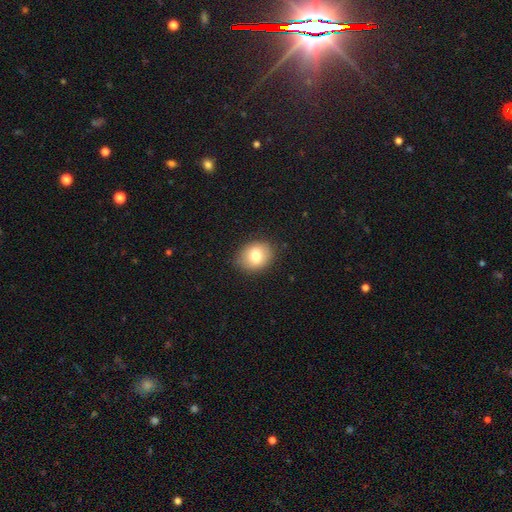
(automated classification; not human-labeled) Overall: smooth (78%). How rounded: round (53%; in between 46%). Merging: none (84%).